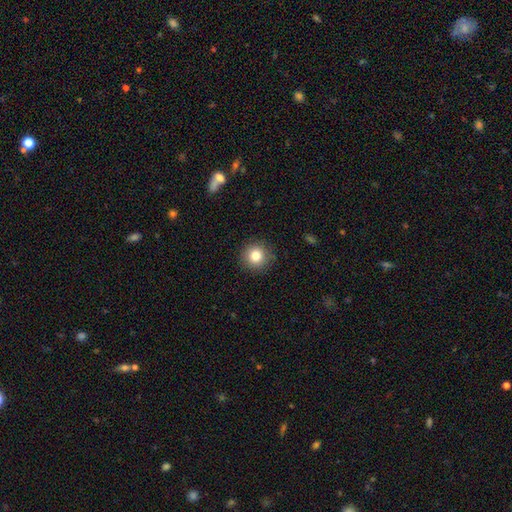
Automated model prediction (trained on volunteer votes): This appears to be a smooth galaxy with no disk features (82%) that is round (94%). Merging: none (89%).